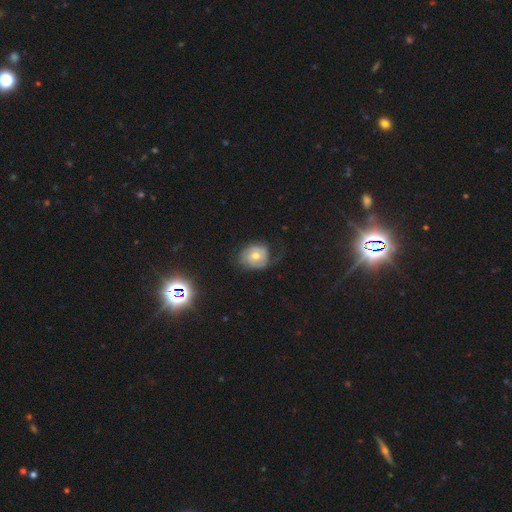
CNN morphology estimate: type=smooth (49%); merging=none (46%).